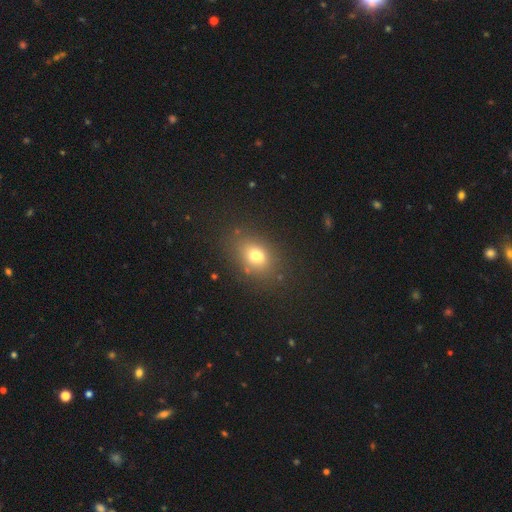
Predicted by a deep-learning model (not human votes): Smooth or featured? Predicted: smooth (p=0.73). How rounded? Predicted: in between (p=0.70). Merging? Predicted: none (p=0.74).